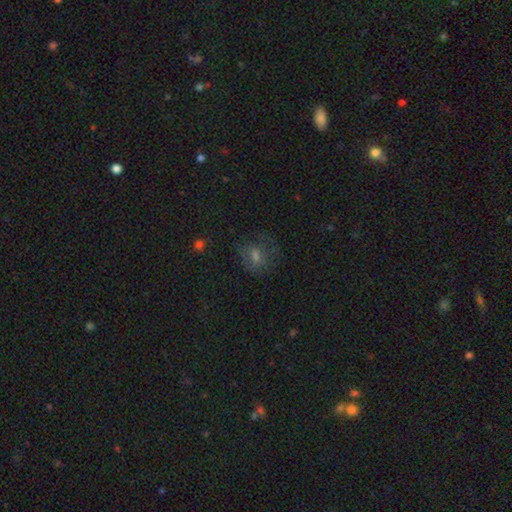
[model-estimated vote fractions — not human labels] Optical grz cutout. It shows a smooth galaxy with no disk features (47%). Merging: none (68%).